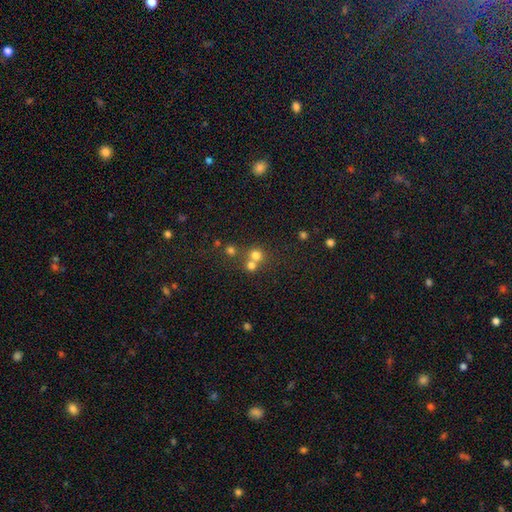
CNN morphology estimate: type=smooth (70%); roundness=round (87%); merging=none (47%).